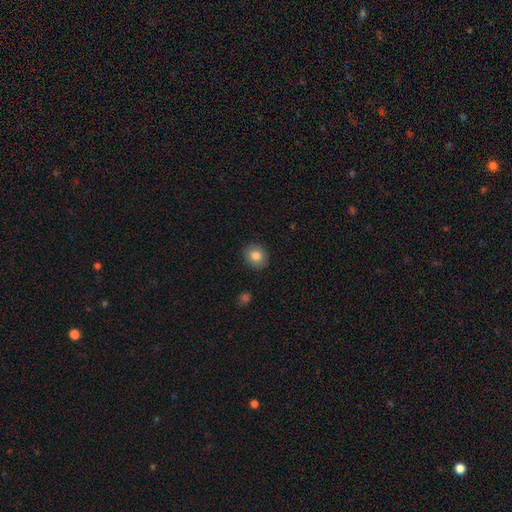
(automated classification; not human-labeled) smooth-or-featured: smooth: 84% | star or artifact: 9% | featured or disk: 8%
  how-rounded: round: 69% | in between: 30% | cigar-shaped: 1%
  merging: none: 90% | minor disturbance: 7% | major disturbance: 2% | merger: 1%